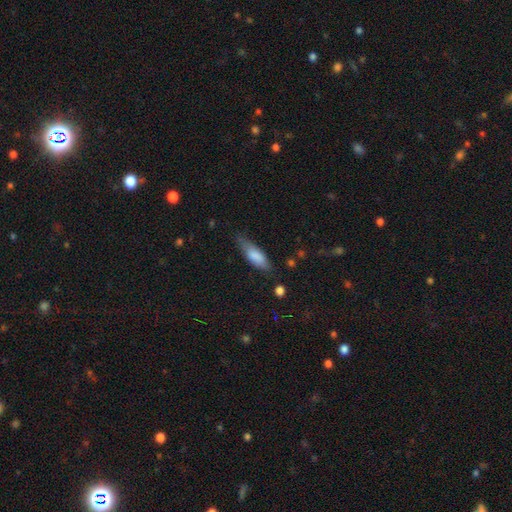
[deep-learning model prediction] This is likely a smooth galaxy (78%). How rounded: possibly in between (60%). Merging: possibly none (60%).